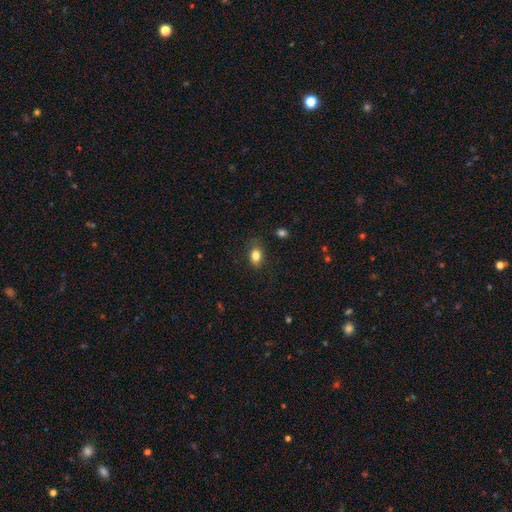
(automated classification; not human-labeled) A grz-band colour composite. It shows a smooth galaxy with no disk features (83%) that is in between round and cigar-shaped (76%). Merging: none (77%).